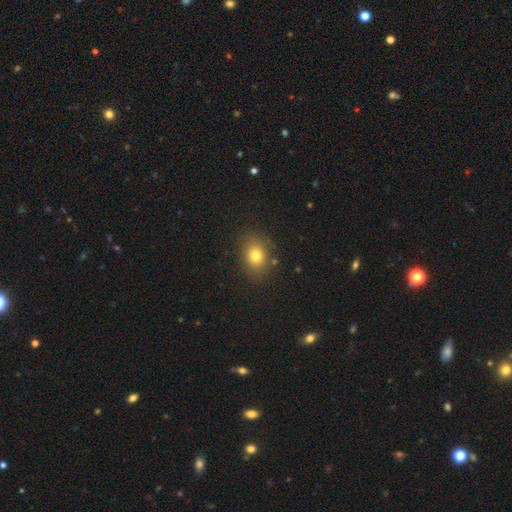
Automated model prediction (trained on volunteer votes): Smooth or featured?
  - smooth: 77% *
  - star or artifact: 13%
  - featured or disk: 10%
How rounded?
  - in between: 56% *
  - round: 43%
  - cigar-shaped: 1%
Merging?
  - none: 82% *
  - minor disturbance: 12%
  - major disturbance: 4%
  - merger: 2%